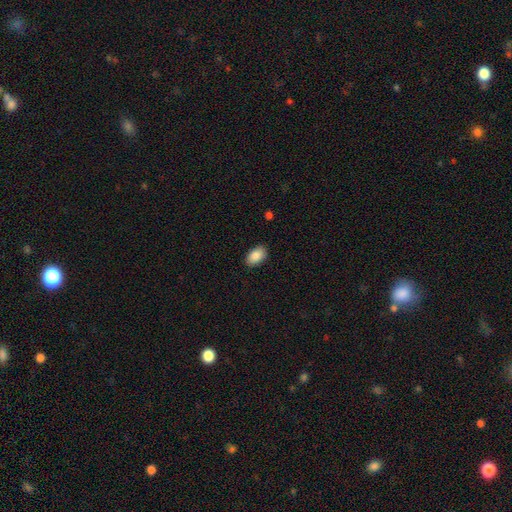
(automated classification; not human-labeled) This is clearly a smooth galaxy (88%). How rounded: clearly in between (92%). Merging: clearly none (88%).